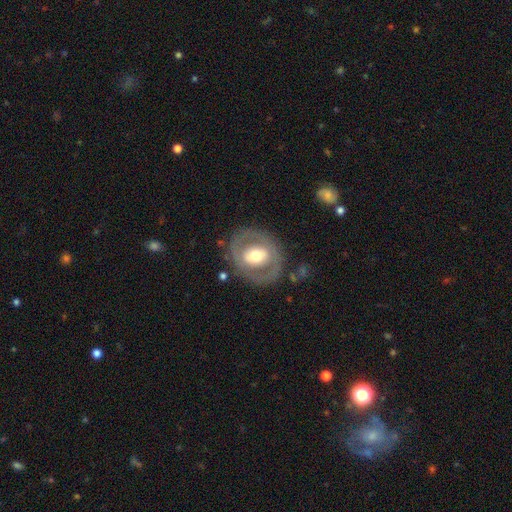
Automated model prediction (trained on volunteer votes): This appears to be a featured or disk galaxy (59%) with no bar (46%), no spiral arms (70%) and a moderate central bulge (63%). Merging: none (78%).